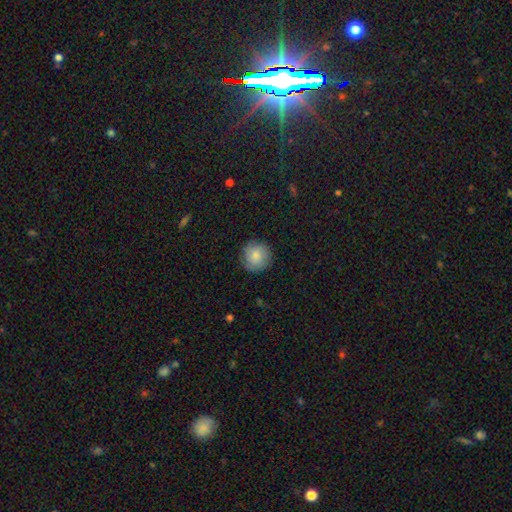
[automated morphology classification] The model was most divided on "smooth or featured": smooth: 82%, featured or disk: 11%, star or artifact: 7%. More confident: how rounded — round (93%); merging — none (86%).